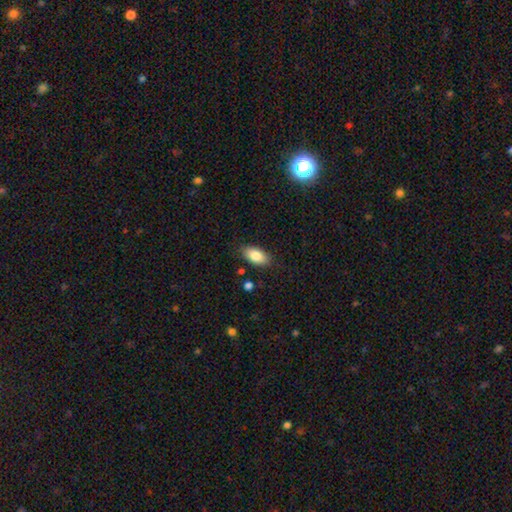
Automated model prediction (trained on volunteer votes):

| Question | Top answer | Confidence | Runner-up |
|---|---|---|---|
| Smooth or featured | smooth | 84% | featured or disk (9%) |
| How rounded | in between | 91% | cigar-shaped (6%) |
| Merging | none | 84% | minor disturbance (12%) |